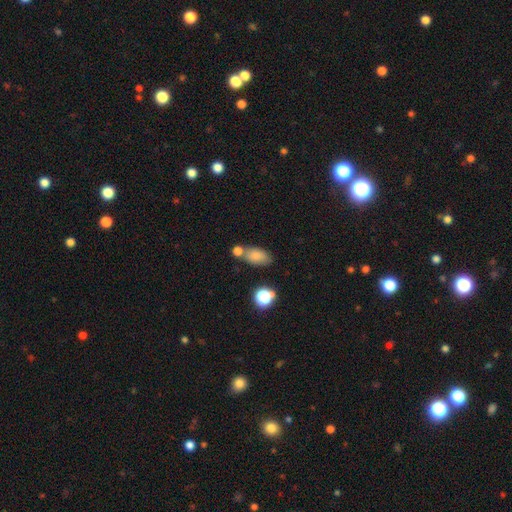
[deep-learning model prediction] smooth 78%, star or artifact 12%, featured or disk 10%. Down the decision tree: how rounded — in between (87%); merging — none (56%).